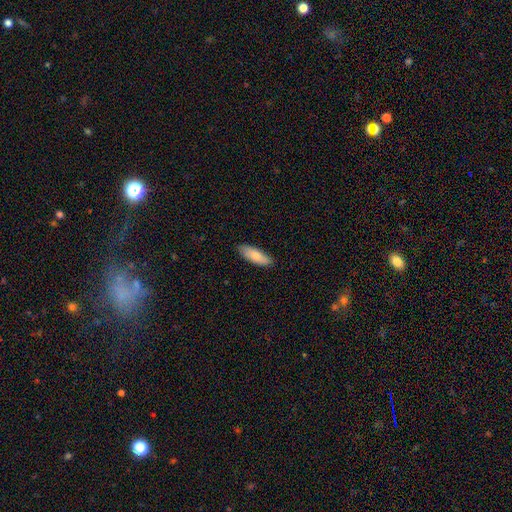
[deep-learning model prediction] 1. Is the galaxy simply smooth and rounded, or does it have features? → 81% smooth, 14% featured or disk, 6% star or artifact.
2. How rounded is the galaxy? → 64% in between, 34% cigar-shaped, 2% round.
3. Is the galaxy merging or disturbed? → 85% none, 12% minor disturbance, 2% major disturbance, 1% merger.